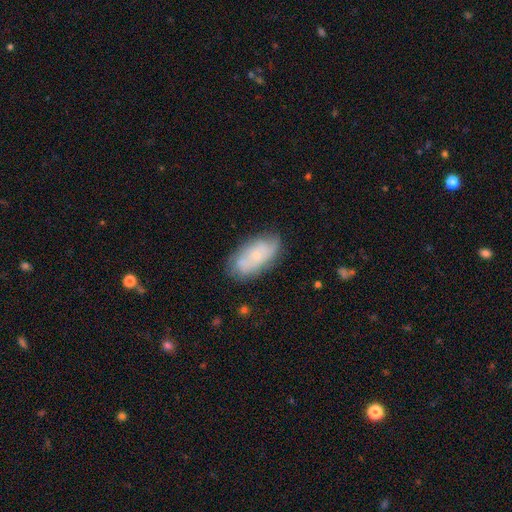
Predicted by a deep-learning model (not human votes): Q: Smooth or featured?
A: smooth (47%); runner-up: featured or disk (46%)
Q: Merging?
A: none (66%); runner-up: minor disturbance (23%)